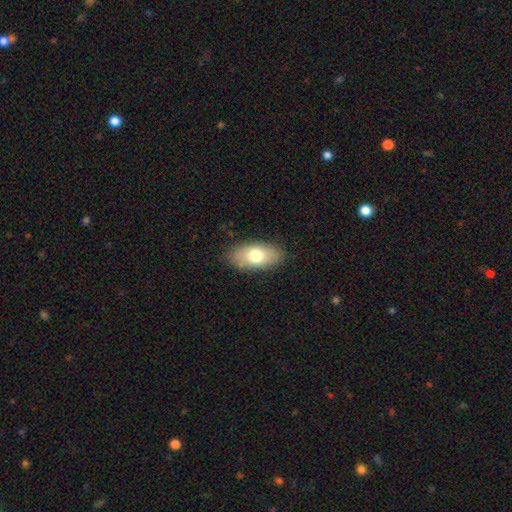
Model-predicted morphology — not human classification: Q: Smooth or featured?
A: smooth (73%); runner-up: featured or disk (20%)
Q: How rounded?
A: in between (91%); runner-up: cigar-shaped (5%)
Q: Merging?
A: none (82%); runner-up: minor disturbance (13%)